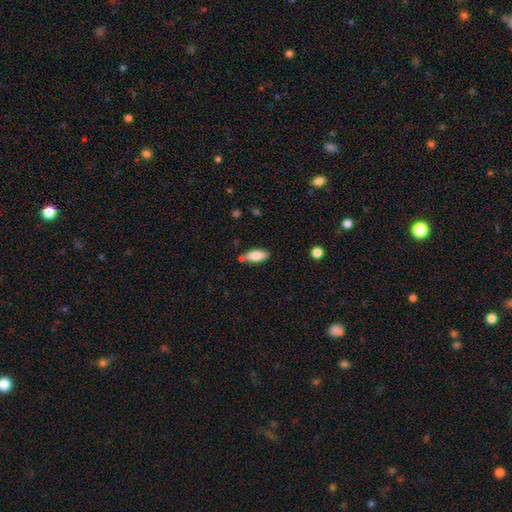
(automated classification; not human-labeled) smooth_or_featured: smooth (p=0.77) [alt: featured or disk p=0.16]
how_rounded: in between (p=0.71) [alt: cigar-shaped p=0.27]
merging: none (p=0.66) [alt: minor disturbance p=0.20]